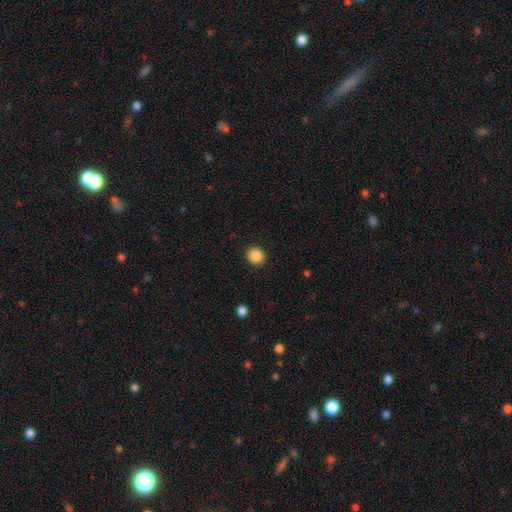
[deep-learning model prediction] A smooth galaxy with no disk features (87%) that is round (85%).

Vote fractions:
- Smooth or featured? smooth: 87% / star or artifact: 9% / featured or disk: 3%
- How rounded? round: 85% / in between: 14% / cigar-shaped: 1%
- Merging? none: 92% / minor disturbance: 5% / major disturbance: 2% / merger: 1%